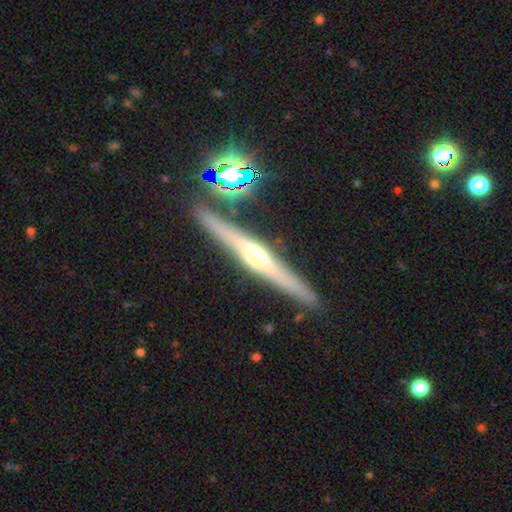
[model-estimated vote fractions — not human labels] Smooth or featured? featured or disk (74%)
Edge-on disk? yes (97%)
Edge-on bulge? rounded (87%)
Merging? none (89%)